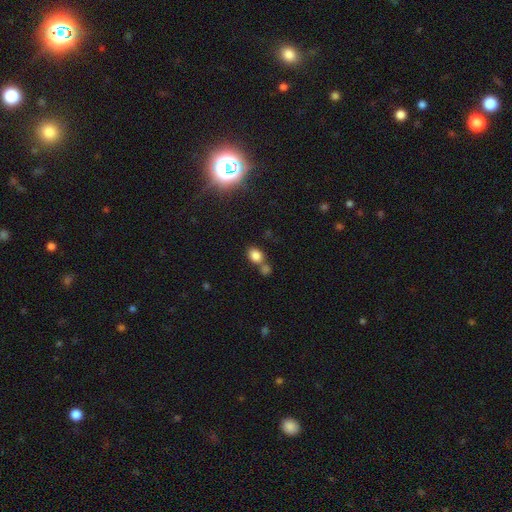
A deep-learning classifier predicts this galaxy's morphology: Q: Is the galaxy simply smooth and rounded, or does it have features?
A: smooth — 82%.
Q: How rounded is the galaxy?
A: in between — 62%.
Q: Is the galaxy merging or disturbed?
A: none — 52%.